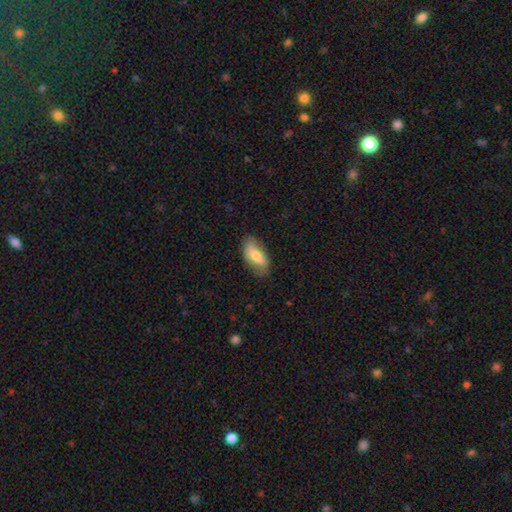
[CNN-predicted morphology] smooth 69%, featured or disk 25%, star or artifact 6%. Down the decision tree: how rounded — in between (88%); merging — none (77%).